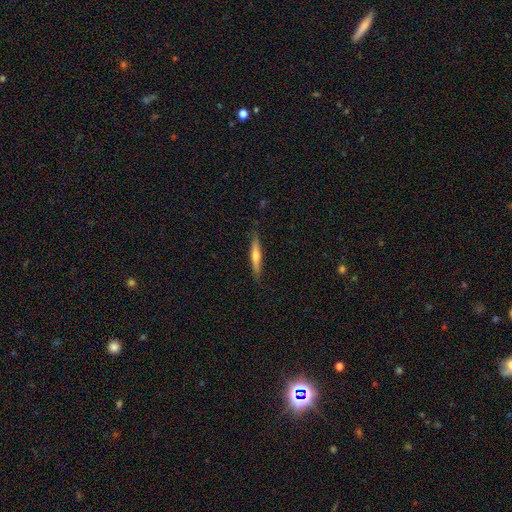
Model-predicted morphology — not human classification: Smooth or featured?
  - featured or disk: 47% * (tied)
  - smooth: 47% * (tied)
  - star or artifact: 6%
Merging?
  - none: 87% *
  - minor disturbance: 10%
  - major disturbance: 2%
  - merger: 1%